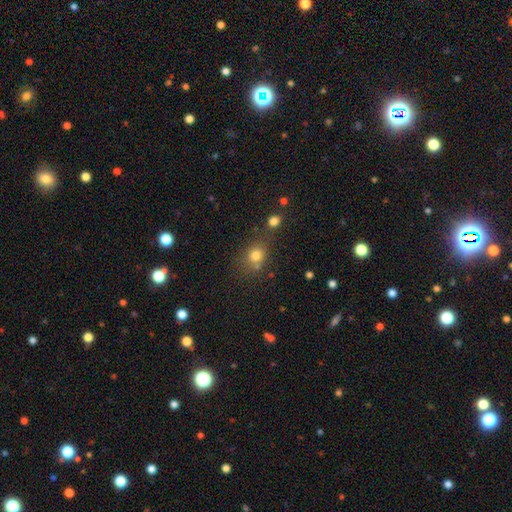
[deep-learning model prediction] The model was most divided on "how rounded": round: 72%, in between: 27%, cigar-shaped: 1%. More confident: smooth or featured — smooth (77%); merging — none (62%).